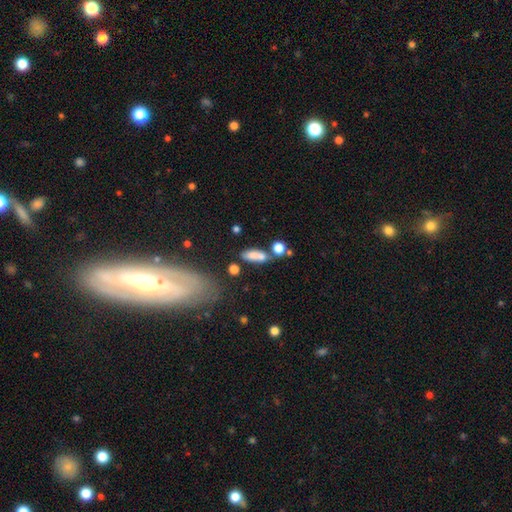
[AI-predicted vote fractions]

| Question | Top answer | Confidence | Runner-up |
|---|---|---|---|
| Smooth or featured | smooth | 76% | featured or disk (14%) |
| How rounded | in between | 66% | cigar-shaped (27%) |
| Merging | none | 49% | merger (27%) |